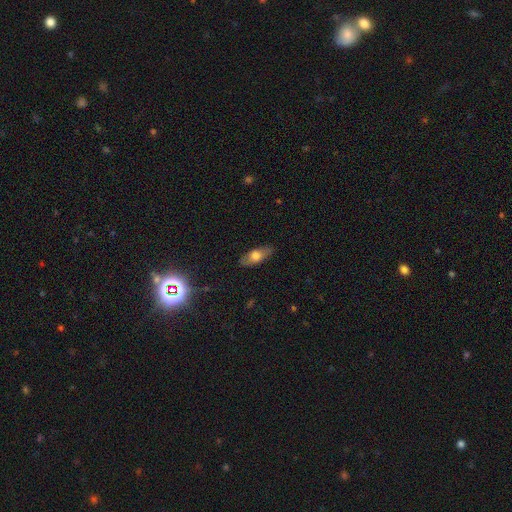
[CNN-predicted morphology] A smooth galaxy with no disk features (62%) that is in between round and cigar-shaped (78%).

Vote fractions:
- Smooth or featured? smooth: 62% / featured or disk: 30% / star or artifact: 8%
- How rounded? in between: 78% / cigar-shaped: 18% / round: 4%
- Merging? none: 84% / minor disturbance: 12% / major disturbance: 3% / merger: 1%